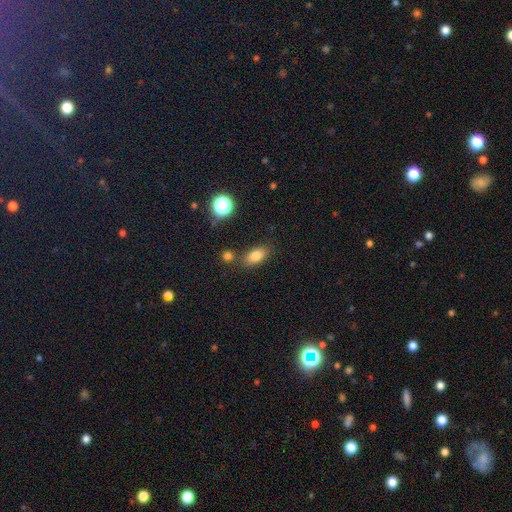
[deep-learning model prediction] The model was most divided on "merging": none: 75%, minor disturbance: 12%, merger: 9%, major disturbance: 4%. More confident: how rounded — in between (84%); smooth or featured — smooth (79%).